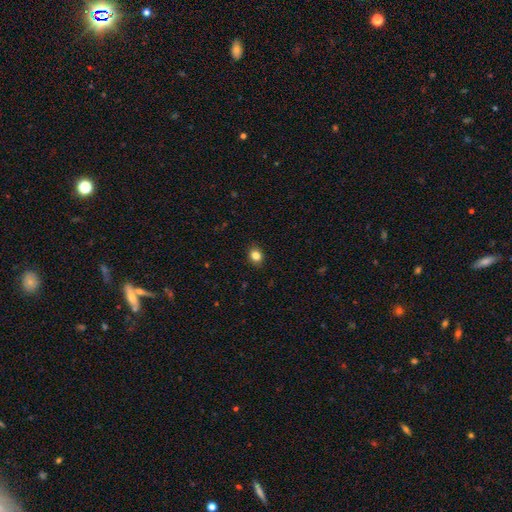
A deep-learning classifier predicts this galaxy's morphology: This appears to be a smooth galaxy with no disk features (84%) that is round (59%). Merging: none (89%).